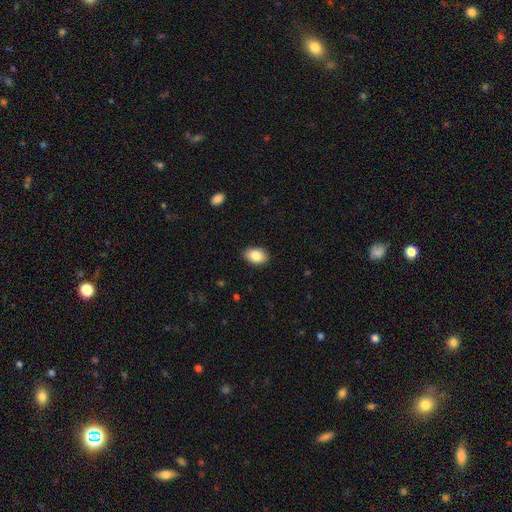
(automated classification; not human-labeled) The model was most divided on "how rounded": in between: 85%, round: 14%, cigar-shaped: 1%. More confident: merging — none (87%); smooth or featured — smooth (84%).